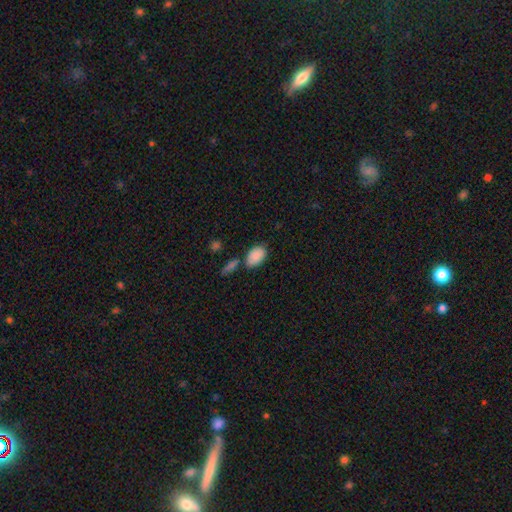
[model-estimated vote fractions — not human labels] This is clearly a smooth galaxy (88%). How rounded: clearly in between (91%). Merging: likely none (61%).